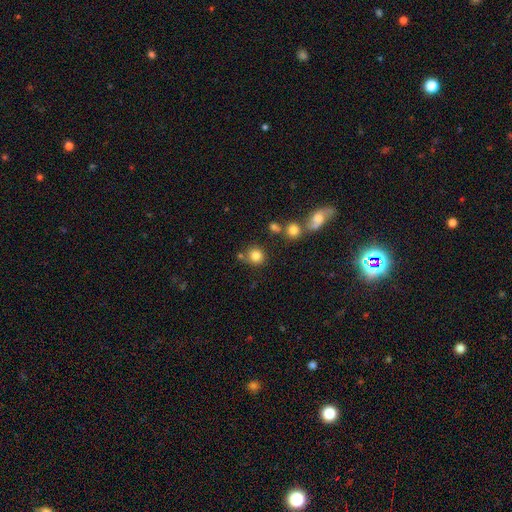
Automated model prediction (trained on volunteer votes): smooth_or_featured: smooth (p=0.82) [alt: star or artifact p=0.12]
how_rounded: round (p=0.86) [alt: in between p=0.13]
merging: none (p=0.72) [alt: minor disturbance p=0.12]